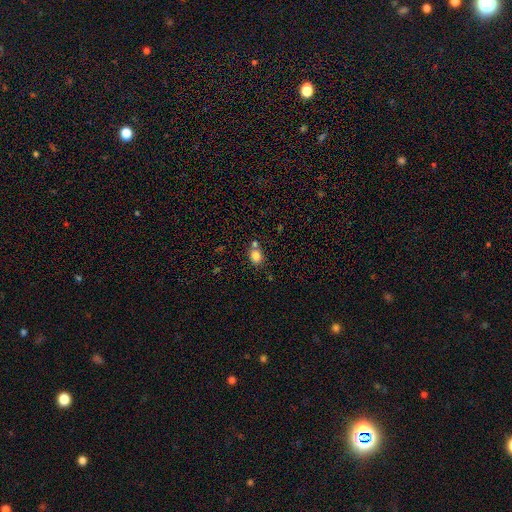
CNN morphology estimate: Q: Smooth or featured?
A: smooth (83%); runner-up: star or artifact (11%)
Q: How rounded?
A: round (57%); runner-up: in between (42%)
Q: Merging?
A: none (63%); runner-up: merger (21%)